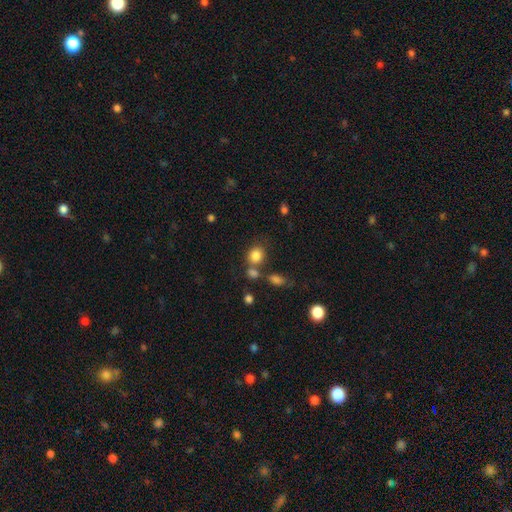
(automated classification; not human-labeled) A smooth galaxy with no disk features (83%) that is round (73%).

Vote fractions:
- Smooth or featured? smooth: 83% / star or artifact: 11% / featured or disk: 6%
- How rounded? round: 73% / in between: 26% / cigar-shaped: 1%
- Merging? none: 59% / merger: 23% / minor disturbance: 12% / major disturbance: 6%